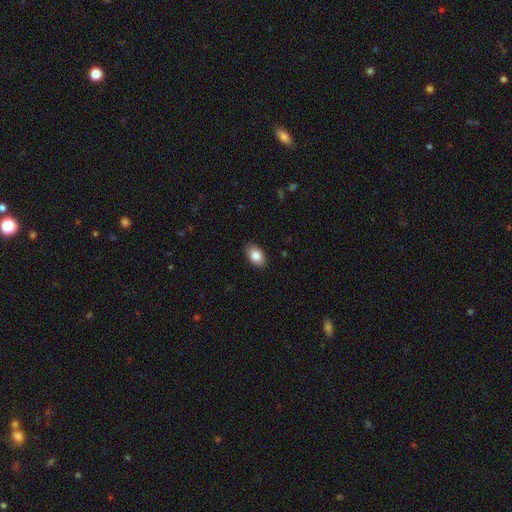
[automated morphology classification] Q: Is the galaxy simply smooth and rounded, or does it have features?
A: smooth — 85%.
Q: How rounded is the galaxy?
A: in between — 90%.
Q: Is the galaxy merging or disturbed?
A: none — 88%.